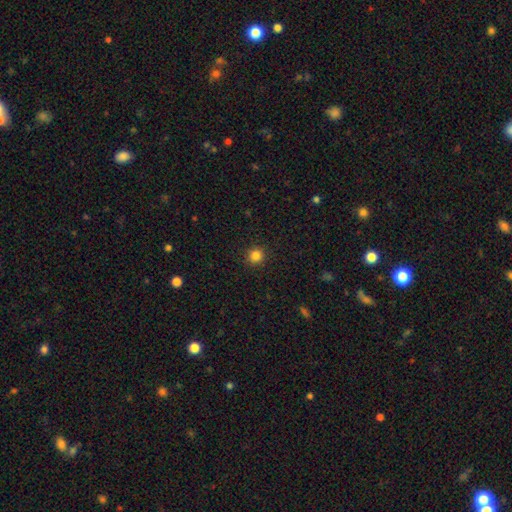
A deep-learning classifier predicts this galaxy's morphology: type=smooth (84%); roundness=round (94%); merging=none (92%).